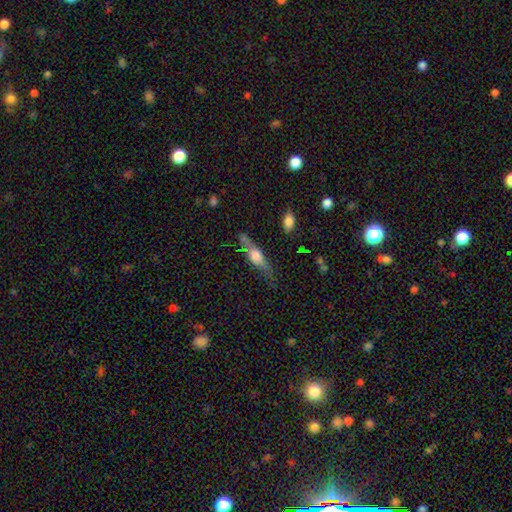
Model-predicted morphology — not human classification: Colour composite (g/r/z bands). It shows a featured or disk galaxy (51%) viewed edge-on (88%). Merging: none (63%).